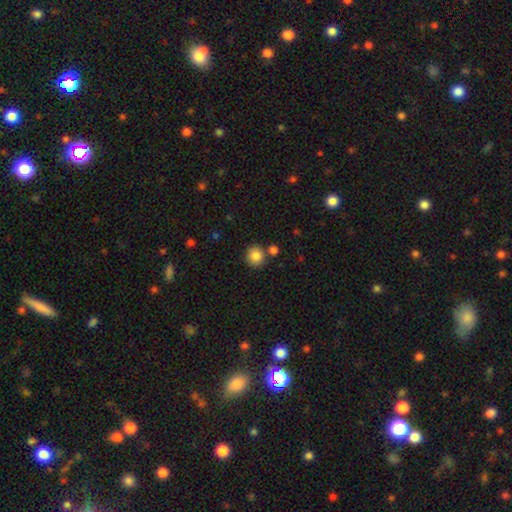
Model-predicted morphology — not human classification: smooth 86%, star or artifact 10%, featured or disk 5%. Down the decision tree: how rounded — round (89%); merging — none (77%).